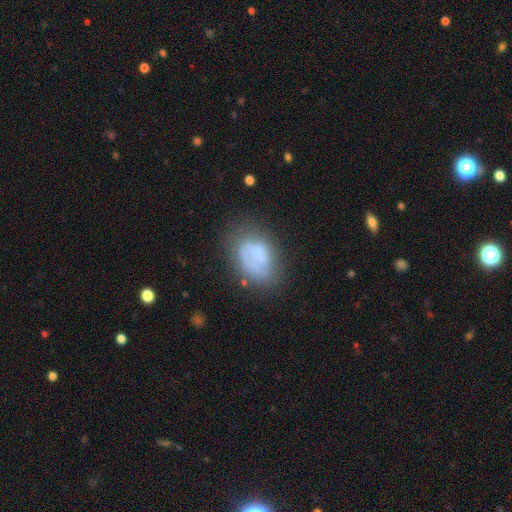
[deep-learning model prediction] A smooth galaxy with no disk features (54%) that is in between round and cigar-shaped (81%).

Vote fractions:
- Smooth or featured? smooth: 54% / featured or disk: 35% / star or artifact: 11%
- How rounded? in between: 81% / round: 17% / cigar-shaped: 2%
- Merging? none: 48% / minor disturbance: 26% / major disturbance: 18% / merger: 8%